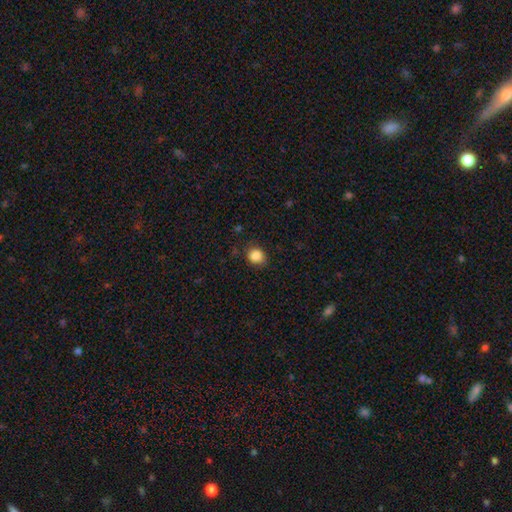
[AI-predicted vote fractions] This appears to be a smooth galaxy with no disk features (87%) that is round (69%). Merging: none (78%).